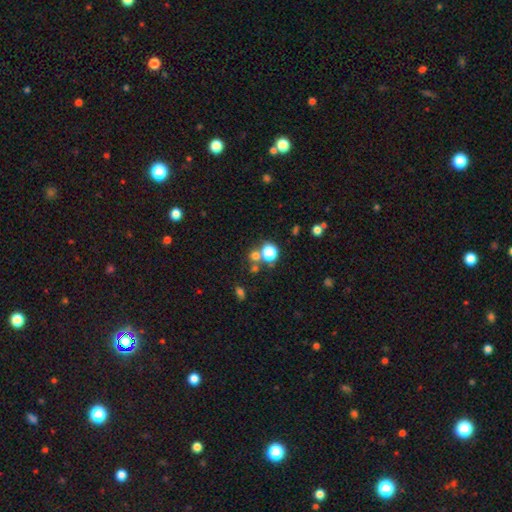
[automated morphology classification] Smooth or featured: smooth — 64% (star or artifact — 28%)
How rounded: round — 86% (in between — 13%)
Merging: none — 60% (merger — 27%)